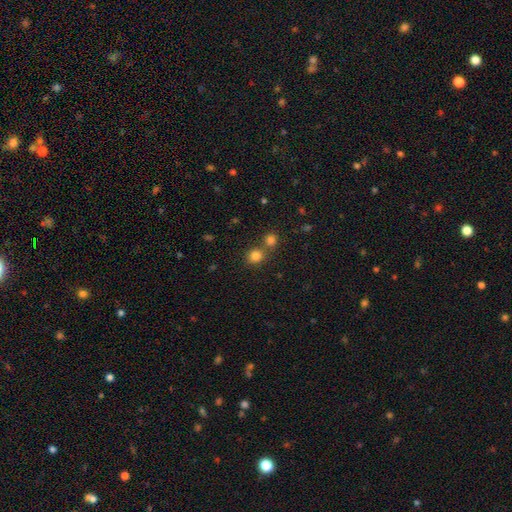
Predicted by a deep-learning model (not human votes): Smooth or featured: smooth — 80% (star or artifact — 14%)
How rounded: round — 81% (in between — 18%)
Merging: none — 61% (merger — 29%)